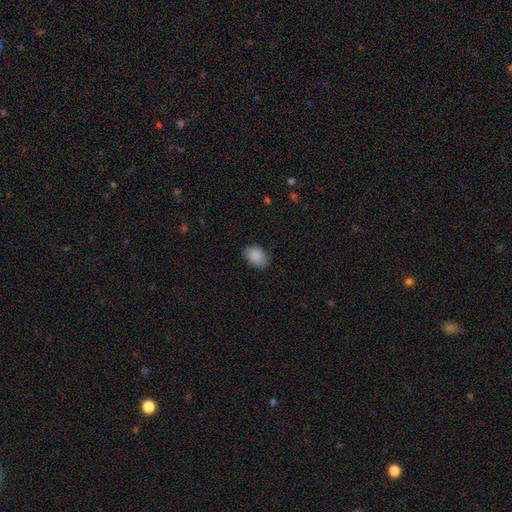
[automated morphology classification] smooth_or_featured: smooth (p=0.88) [alt: star or artifact p=0.07]
how_rounded: in between (p=0.76) [alt: round p=0.23]
merging: none (p=0.80) [alt: minor disturbance p=0.16]